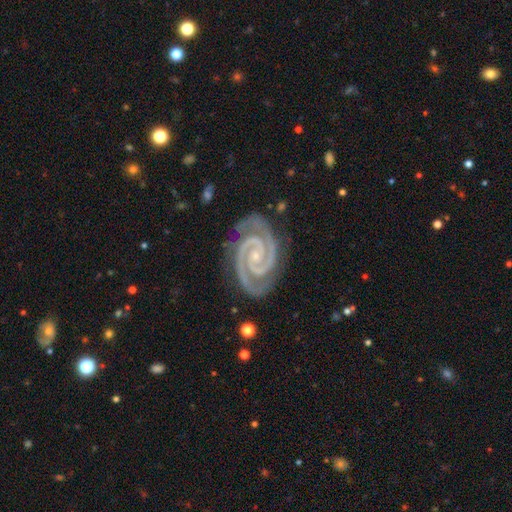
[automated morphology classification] type=featured or disk (94%); edge-on=no (98%); bar=no (53%); spiral arms=yes (99%); winding=tight (76%); arm count=2 (92%); bulge=small (78%); merging=none (83%).